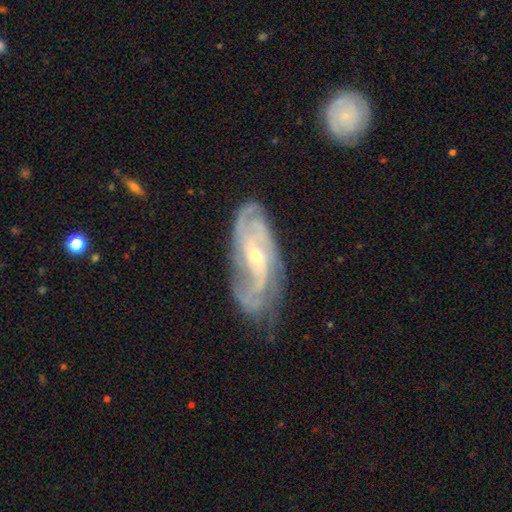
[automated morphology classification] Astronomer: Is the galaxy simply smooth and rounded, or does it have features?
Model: featured or disk — 87%.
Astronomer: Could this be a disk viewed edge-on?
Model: no — 94%.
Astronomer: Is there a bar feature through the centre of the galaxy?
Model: no — 44% (runner-up: weak, 38%).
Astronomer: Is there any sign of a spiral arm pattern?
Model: yes — 96%.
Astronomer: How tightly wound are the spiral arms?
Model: medium — 44% (runner-up: tight, 38%).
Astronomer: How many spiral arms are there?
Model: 2 — 40% (runner-up: can't tell, 22%).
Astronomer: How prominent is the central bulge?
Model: small — 66%.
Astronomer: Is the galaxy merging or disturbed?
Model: none — 65%.